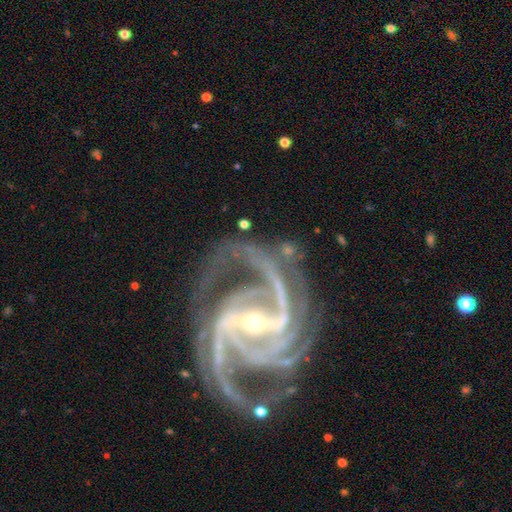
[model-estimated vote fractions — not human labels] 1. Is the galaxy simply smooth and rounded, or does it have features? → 93% featured or disk, 5% star or artifact, 2% smooth.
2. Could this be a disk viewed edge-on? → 98% no, 2% yes.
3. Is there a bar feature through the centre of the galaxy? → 74% strong, 19% weak, 7% no.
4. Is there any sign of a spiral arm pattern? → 99% yes, 1% no.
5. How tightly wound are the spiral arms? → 53% medium, 36% tight, 11% loose.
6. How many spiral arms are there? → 33% 3, 26% 2, 18% 4, 9% can't tell, 8% more than 4, 7% 1.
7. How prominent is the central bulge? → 70% small, 27% moderate, 1% large, 1% none, 1% dominant.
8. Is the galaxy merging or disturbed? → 65% none, 17% minor disturbance, 15% major disturbance, 3% merger.